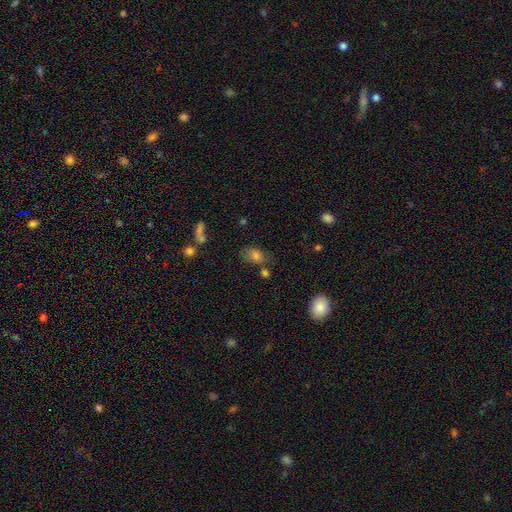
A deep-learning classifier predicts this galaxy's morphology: Smooth or featured? smooth (77%)
How rounded? in between (82%)
Merging? none (57%)